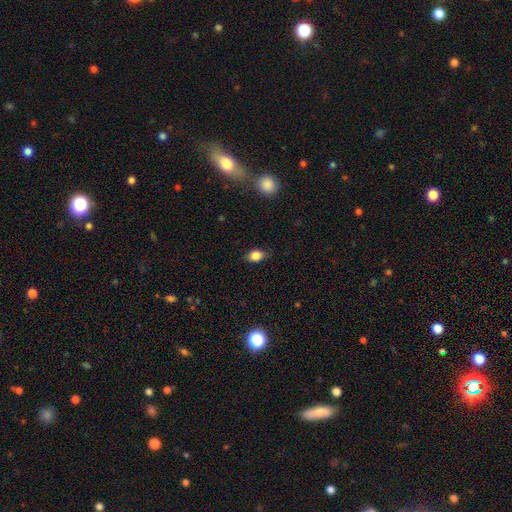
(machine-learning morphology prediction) Smooth or featured?
  - smooth: 85% *
  - star or artifact: 10%
  - featured or disk: 5%
How rounded?
  - in between: 71% *
  - round: 27%
  - cigar-shaped: 2%
Merging?
  - none: 79% *
  - minor disturbance: 16%
  - major disturbance: 4%
  - merger: 1%